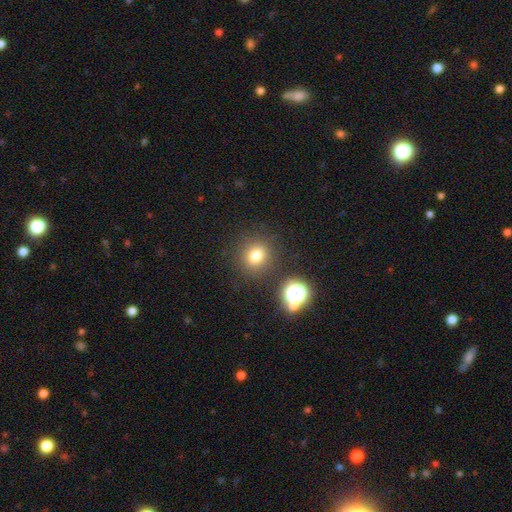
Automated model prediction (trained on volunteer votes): The model was most divided on "how rounded": round: 78%, in between: 21%, cigar-shaped: 1%. More confident: merging — none (84%); smooth or featured — smooth (75%).